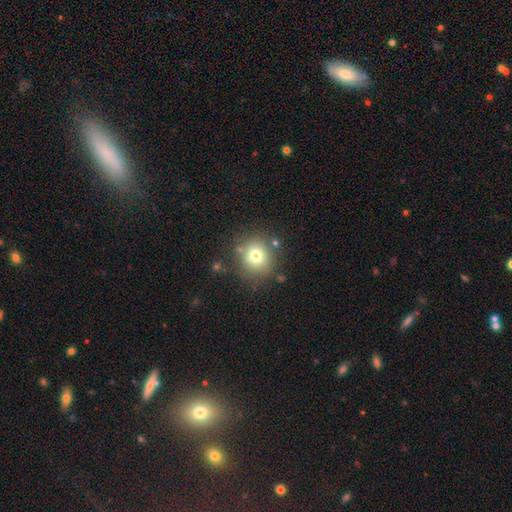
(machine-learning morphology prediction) smooth-or-featured: smooth: 74% | star or artifact: 13% | featured or disk: 13%
  how-rounded: round: 87% | in between: 12% | cigar-shaped: 1%
  merging: none: 78% | minor disturbance: 12% | merger: 5% | major disturbance: 5%